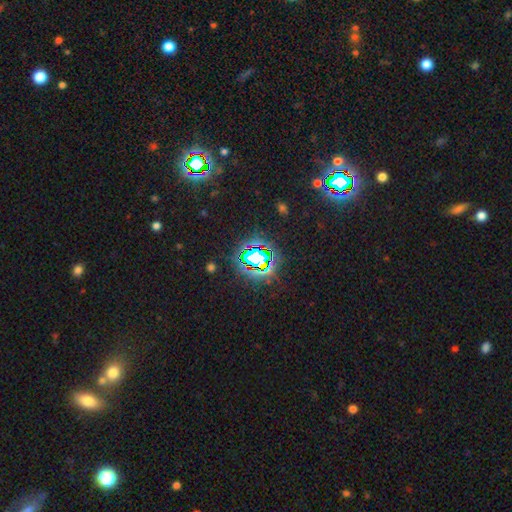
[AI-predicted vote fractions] Smooth or featured? star or artifact (76%)